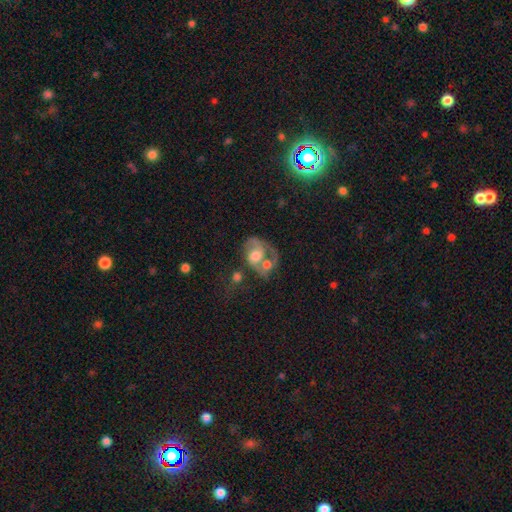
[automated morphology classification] smooth_or_featured: featured or disk (p=0.60) [alt: smooth p=0.32]
disk_edge_on: no (p=0.97) [alt: yes p=0.03]
bar: no (p=0.75) [alt: weak p=0.21]
has_spiral_arms: yes (p=0.65) [alt: no p=0.35]
bulge_size: moderate (p=0.49) [alt: large p=0.33]
merging: merger (p=0.56) [alt: none p=0.17]